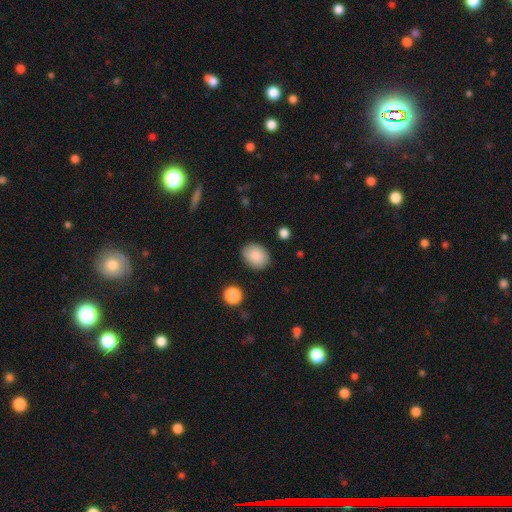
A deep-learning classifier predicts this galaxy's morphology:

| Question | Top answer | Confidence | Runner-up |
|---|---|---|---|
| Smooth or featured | smooth | 87% | star or artifact (8%) |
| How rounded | in between | 61% | round (39%) |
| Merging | none | 86% | minor disturbance (10%) |